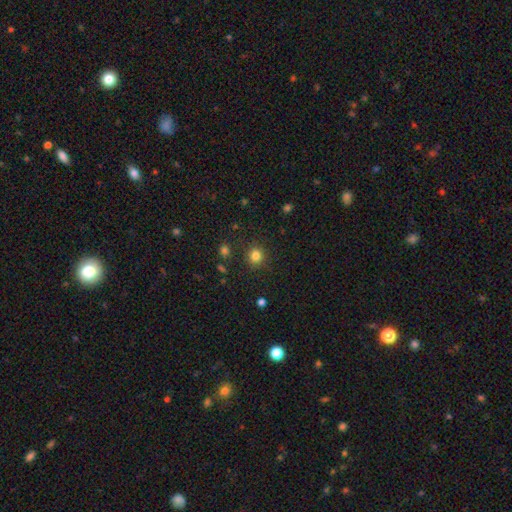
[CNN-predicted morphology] Smooth or featured? Predicted: smooth (p=0.82). How rounded? Predicted: round (p=0.88). Merging? Predicted: none (p=0.88).